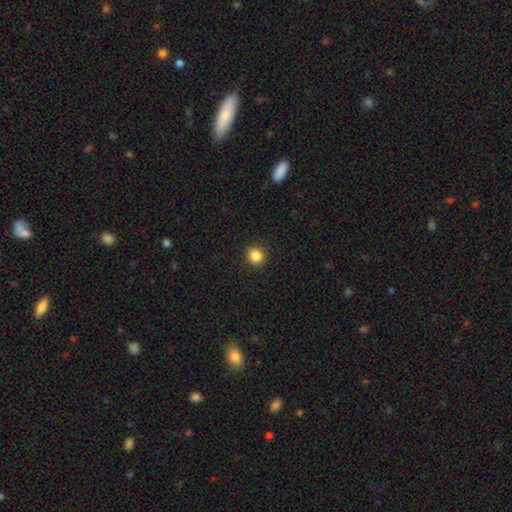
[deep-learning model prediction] The model was most divided on "smooth or featured": smooth: 85%, star or artifact: 11%, featured or disk: 4%. More confident: merging — none (90%); how rounded — round (89%).